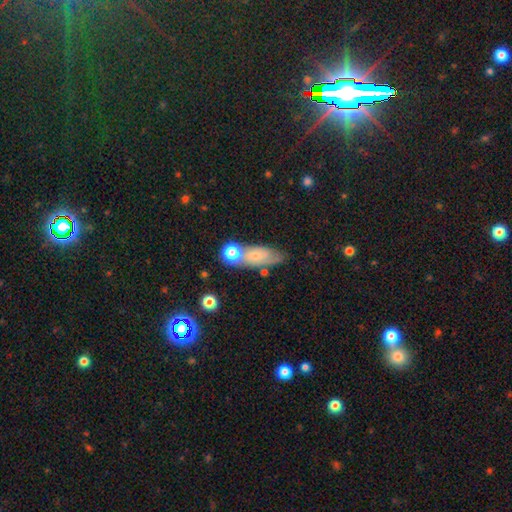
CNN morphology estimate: Q: Smooth or featured?
A: smooth (57%); runner-up: featured or disk (34%)
Q: How rounded?
A: in between (67%); runner-up: cigar-shaped (23%)
Q: Merging?
A: none (49%); runner-up: merger (25%)